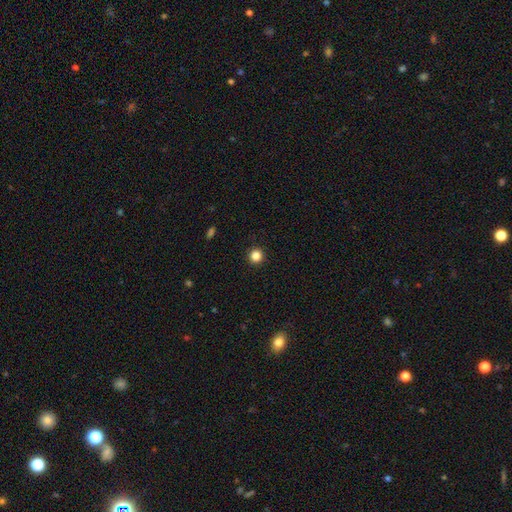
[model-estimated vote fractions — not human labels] Smooth or featured? Predicted: smooth (p=0.84). How rounded? Predicted: round (p=0.96). Merging? Predicted: none (p=0.93).